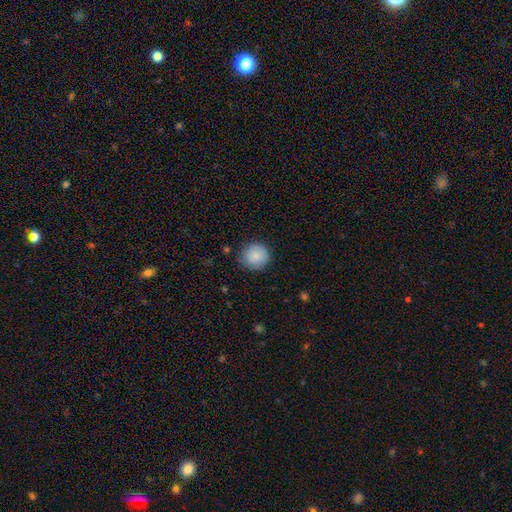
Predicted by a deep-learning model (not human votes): smooth 86%, star or artifact 7%, featured or disk 7%. Down the decision tree: how rounded — round (92%); merging — none (84%).